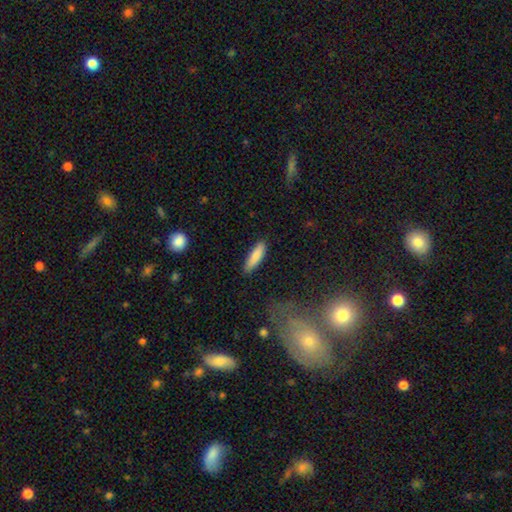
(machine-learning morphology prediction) smooth-or-featured: smooth: 85% | featured or disk: 9% | star or artifact: 6%
  how-rounded: cigar-shaped: 67% | in between: 32% | round: 1%
  merging: none: 84% | minor disturbance: 12% | major disturbance: 2% | merger: 2%